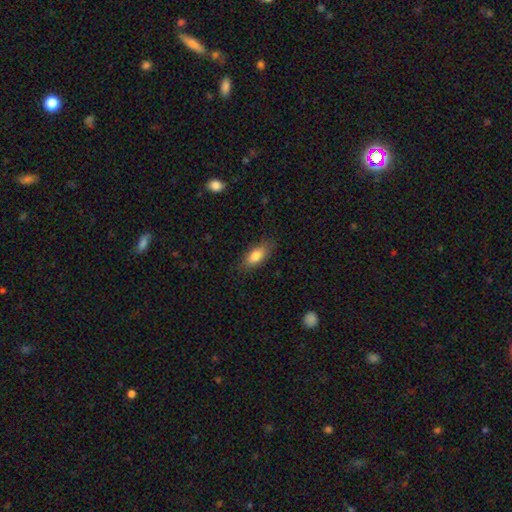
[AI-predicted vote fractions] Smooth or featured? smooth (80%)
How rounded? in between (80%)
Merging? none (81%)